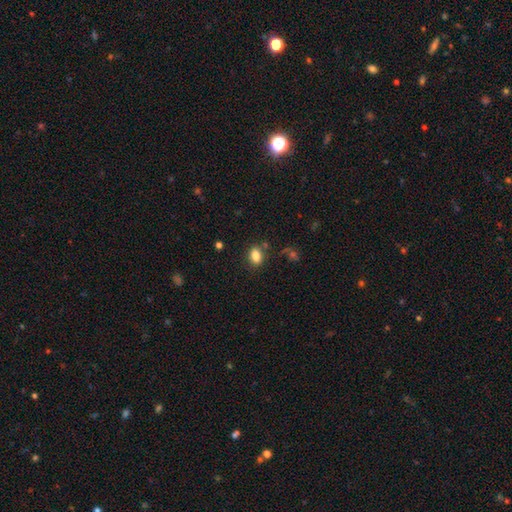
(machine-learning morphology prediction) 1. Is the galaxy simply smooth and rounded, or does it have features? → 84% smooth, 10% star or artifact, 6% featured or disk.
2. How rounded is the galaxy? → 79% in between, 20% round, 2% cigar-shaped.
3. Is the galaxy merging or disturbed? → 80% none, 12% minor disturbance, 5% merger, 4% major disturbance.